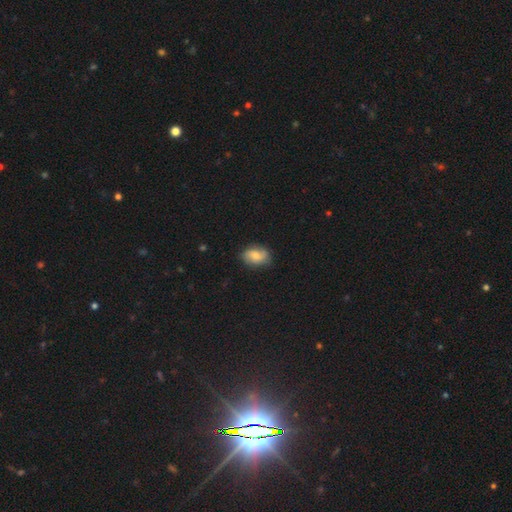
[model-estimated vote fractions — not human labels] smooth-or-featured: smooth: 67% | featured or disk: 25% | star or artifact: 8%
  how-rounded: in between: 80% | round: 19% | cigar-shaped: 2%
  merging: none: 72% | minor disturbance: 22% | major disturbance: 5% | merger: 1%